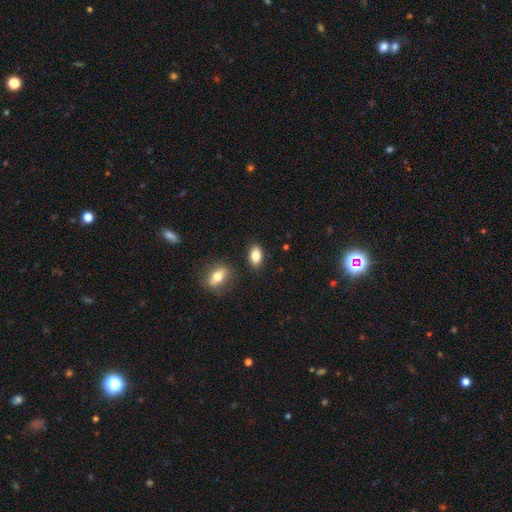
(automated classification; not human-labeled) smooth-or-featured: smooth: 83% | featured or disk: 9% | star or artifact: 8%
  how-rounded: in between: 89% | round: 8% | cigar-shaped: 3%
  merging: none: 85% | minor disturbance: 9% | merger: 4% | major disturbance: 2%